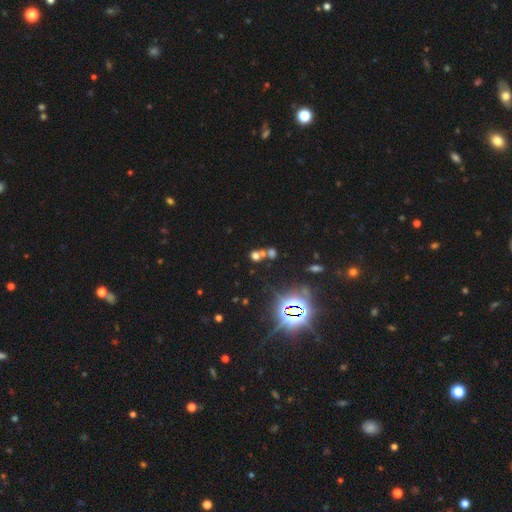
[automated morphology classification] Smooth or featured?
  - smooth: 47% *
  - star or artifact: 40%
  - featured or disk: 13%
Merging?
  - merger: 47% *
  - none: 42%
  - minor disturbance: 7%
  - major disturbance: 5%